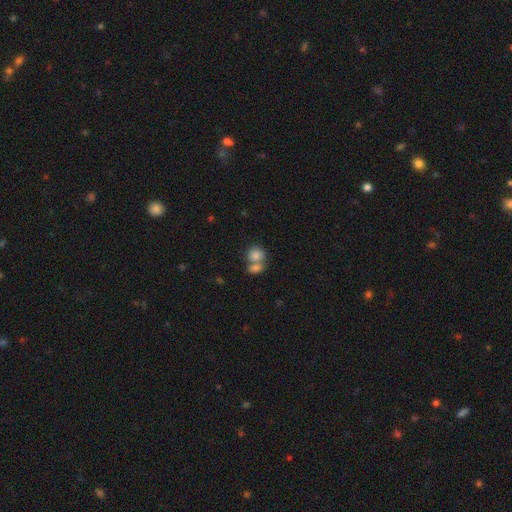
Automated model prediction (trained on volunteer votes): smooth_or_featured: smooth (p=0.83) [alt: featured or disk p=0.09]
how_rounded: round (p=0.66) [alt: in between p=0.33]
merging: merger (p=0.55) [alt: none p=0.34]